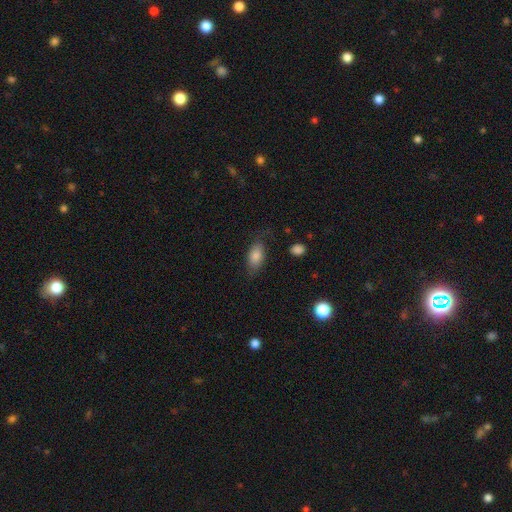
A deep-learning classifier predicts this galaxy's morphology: smooth_or_featured: smooth (p=0.81) [alt: featured or disk p=0.11]
how_rounded: in between (p=0.89) [alt: cigar-shaped p=0.05]
merging: none (p=0.71) [alt: minor disturbance p=0.20]